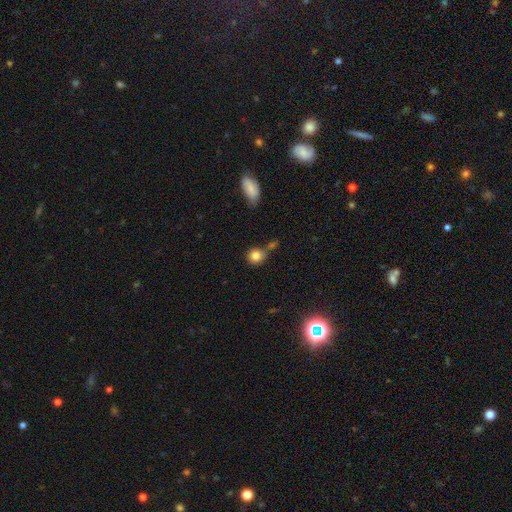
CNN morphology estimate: smooth 82%, star or artifact 10%, featured or disk 8%. Down the decision tree: how rounded — round (85%); merging — none (62%).